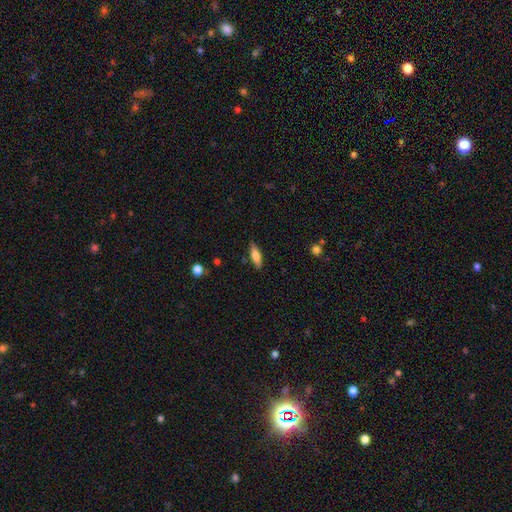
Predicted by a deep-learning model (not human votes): Morphology: type=smooth (64%); roundness=cigar-shaped (50%); merging=none (84%).